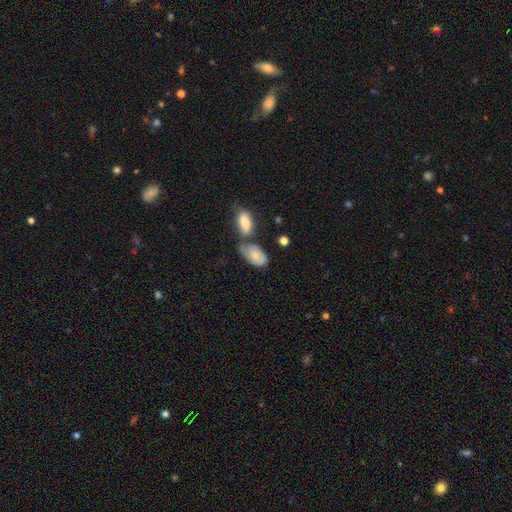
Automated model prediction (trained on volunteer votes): Morphology: type=smooth (70%); roundness=in between (92%); merging=none (38%).